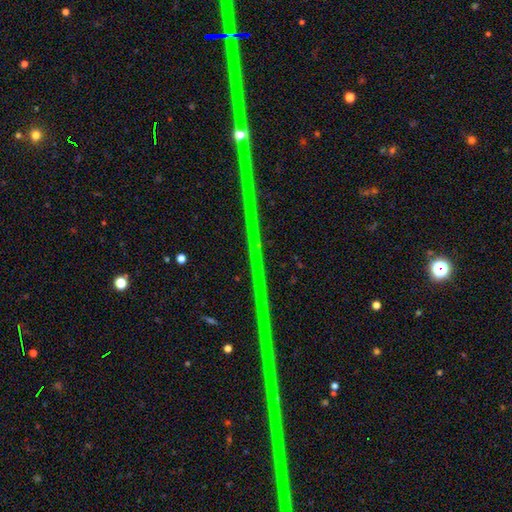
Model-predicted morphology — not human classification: Smooth or featured?
  - star or artifact: 88% *
  - featured or disk: 7%
  - smooth: 5%